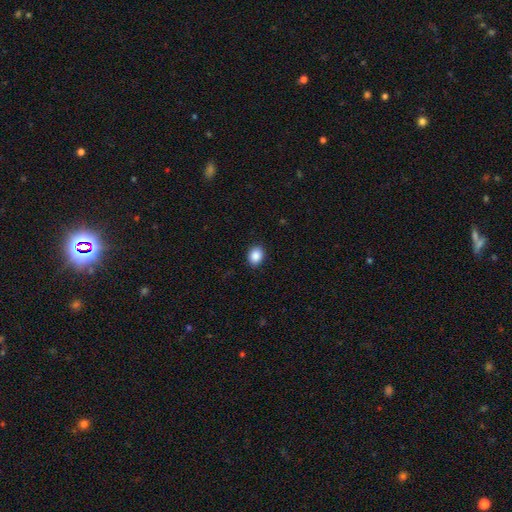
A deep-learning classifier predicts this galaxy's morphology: Smooth or featured: smooth — 89% (star or artifact — 8%)
How rounded: in between — 56% (round — 44%)
Merging: none — 90% (minor disturbance — 7%)